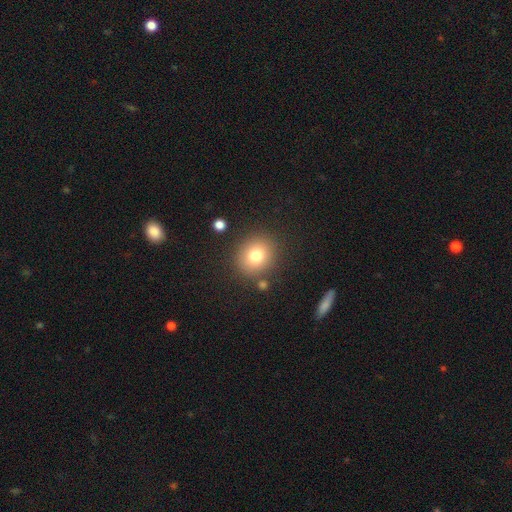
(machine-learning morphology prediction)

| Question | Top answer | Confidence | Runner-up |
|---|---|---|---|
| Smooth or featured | smooth | 77% | star or artifact (12%) |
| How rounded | round | 78% | in between (21%) |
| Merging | none | 83% | minor disturbance (9%) |